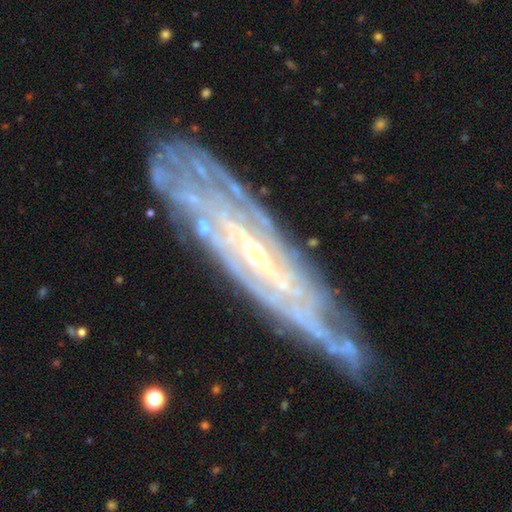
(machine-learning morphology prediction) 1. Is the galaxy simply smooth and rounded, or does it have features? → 84% featured or disk, 8% smooth, 7% star or artifact.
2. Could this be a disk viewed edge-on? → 69% no, 31% yes.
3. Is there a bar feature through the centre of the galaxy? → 39% weak, 33% no, 27% strong.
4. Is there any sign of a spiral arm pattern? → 93% yes, 7% no.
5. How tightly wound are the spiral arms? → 73% tight, 22% medium, 5% loose.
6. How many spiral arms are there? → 53% can't tell, 14% 2, 10% 3, 9% 4, 9% more than 4, 5% 1.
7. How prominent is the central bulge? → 62% small, 25% moderate, 9% none, 3% large, 1% dominant.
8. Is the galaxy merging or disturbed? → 72% none, 20% minor disturbance, 6% major disturbance, 3% merger.